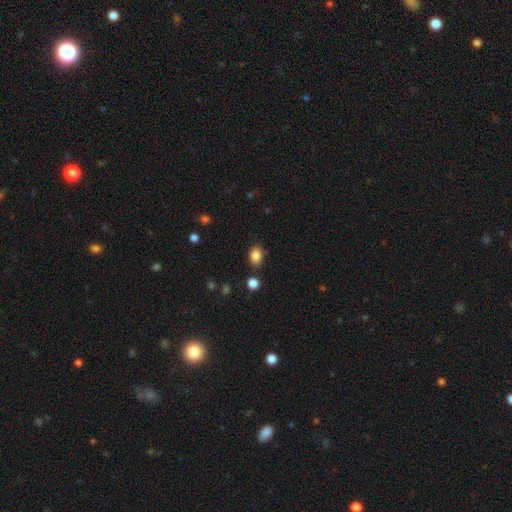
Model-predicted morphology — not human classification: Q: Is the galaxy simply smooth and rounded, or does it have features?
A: smooth — 85%.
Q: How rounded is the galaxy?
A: in between — 65%.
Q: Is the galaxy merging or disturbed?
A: none — 81%.